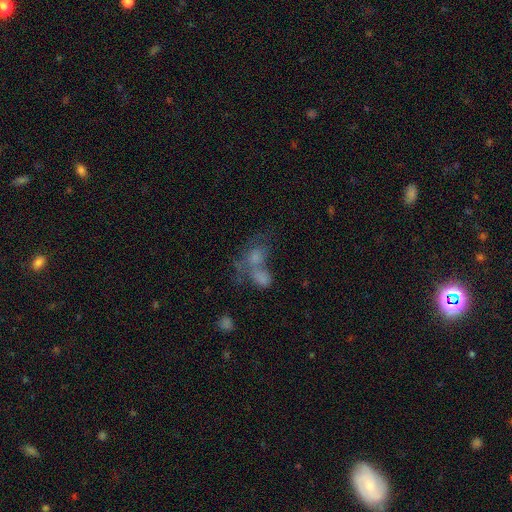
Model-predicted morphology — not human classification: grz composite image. It shows a smooth galaxy with no disk features (53%) that is in between round and cigar-shaped (70%). Merging: merger (55%).